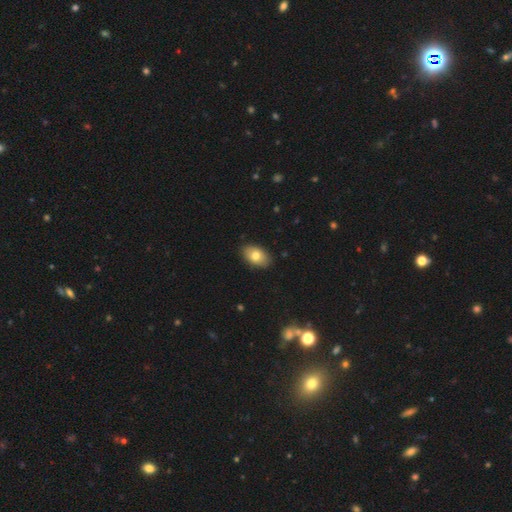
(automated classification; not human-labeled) Q: Smooth or featured?
A: smooth (78%); runner-up: featured or disk (15%)
Q: How rounded?
A: in between (89%); runner-up: round (10%)
Q: Merging?
A: none (87%); runner-up: minor disturbance (10%)